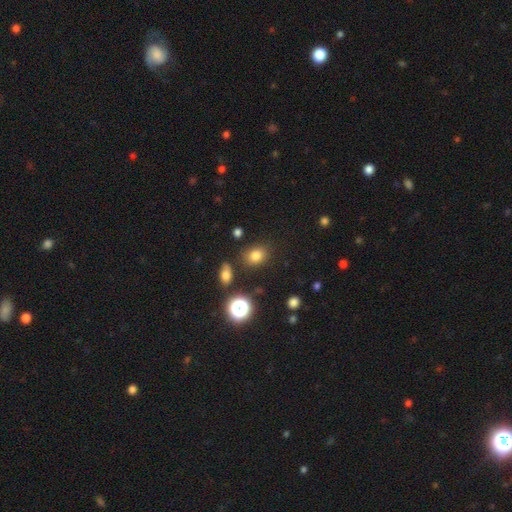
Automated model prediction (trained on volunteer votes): This is likely a smooth galaxy (78%). How rounded: possibly in between (52%). Merging: clearly none (80%).